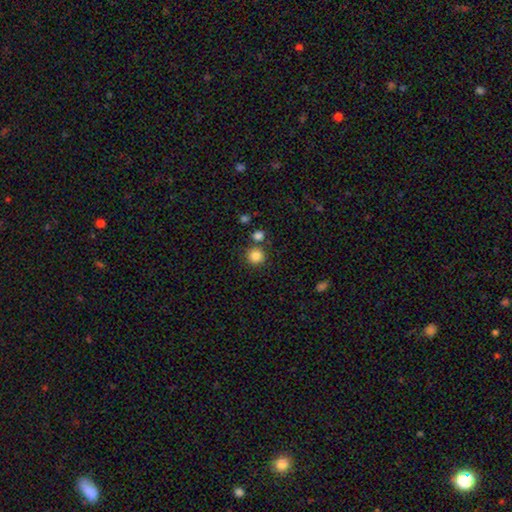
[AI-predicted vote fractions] smooth-or-featured: smooth: 85% | star or artifact: 11% | featured or disk: 4%
  how-rounded: round: 93% | in between: 6% | cigar-shaped: 1%
  merging: none: 78% | merger: 11% | minor disturbance: 8% | major disturbance: 3%